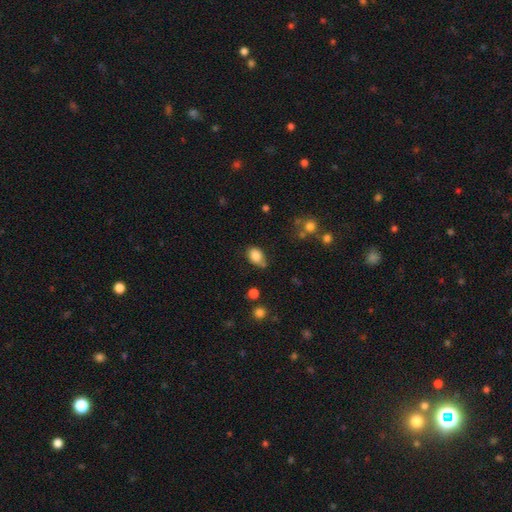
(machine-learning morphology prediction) A smooth galaxy with no disk features (84%) that is in between round and cigar-shaped (69%). Merging: none (58%).